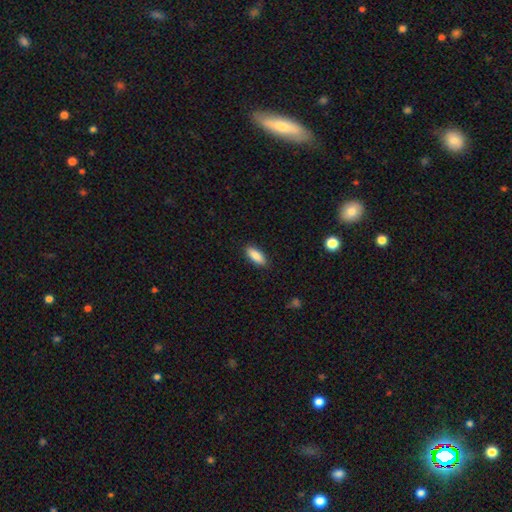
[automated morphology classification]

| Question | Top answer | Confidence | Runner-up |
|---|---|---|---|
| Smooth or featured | smooth | 88% | star or artifact (6%) |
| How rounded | in between | 77% | cigar-shaped (21%) |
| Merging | none | 87% | minor disturbance (10%) |